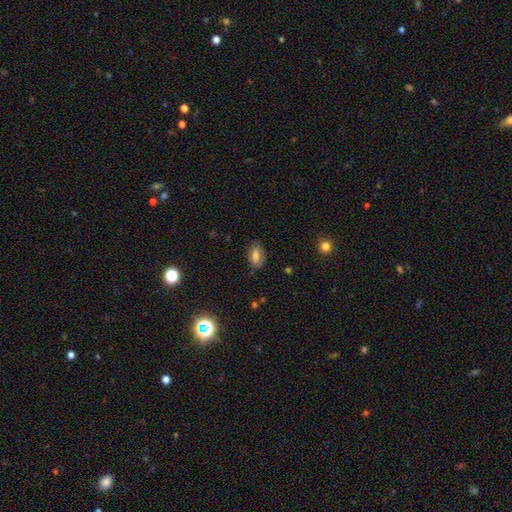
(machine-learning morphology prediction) smooth_or_featured: smooth (p=0.73) [alt: featured or disk p=0.16]
how_rounded: in between (p=0.89) [alt: round p=0.07]
merging: none (p=0.77) [alt: minor disturbance p=0.18]